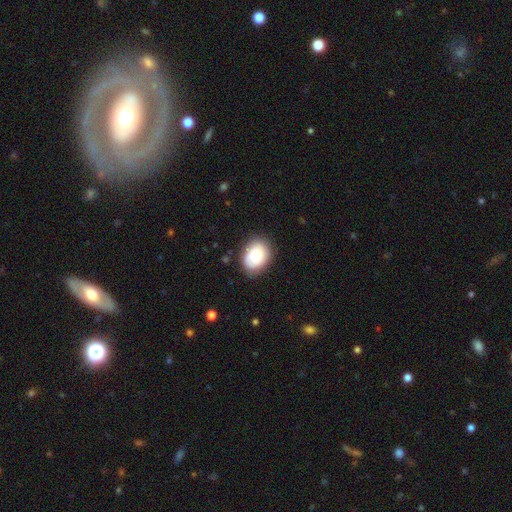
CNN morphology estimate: Smooth or featured? smooth (67%)
How rounded? in between (63%)
Merging? none (78%)